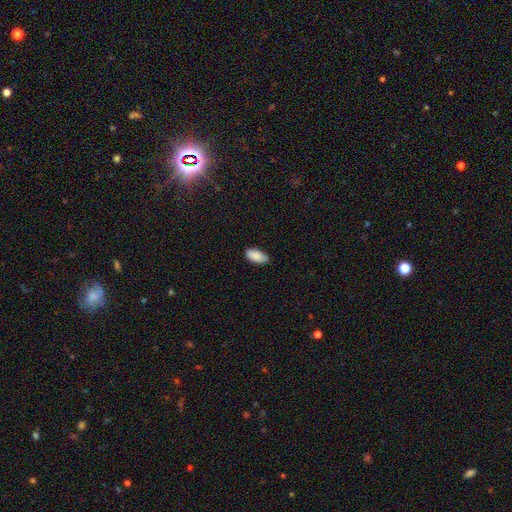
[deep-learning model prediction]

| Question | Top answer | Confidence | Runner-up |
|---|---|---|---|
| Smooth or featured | smooth | 89% | star or artifact (6%) |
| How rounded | in between | 92% | cigar-shaped (6%) |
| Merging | none | 81% | minor disturbance (15%) |